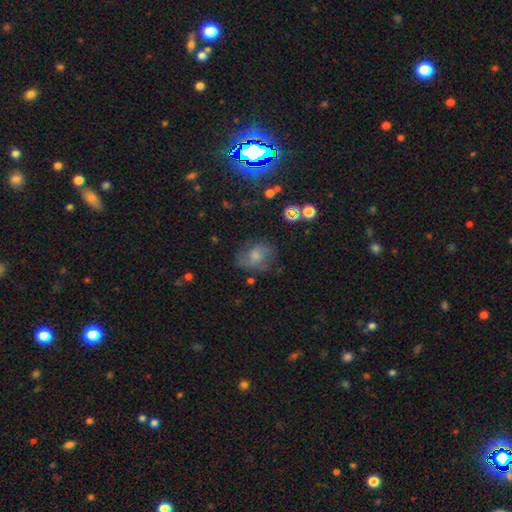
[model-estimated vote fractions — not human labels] This appears to be a smooth galaxy with no disk features (53%) that is in between round and cigar-shaped (56%). Merging: none (62%).